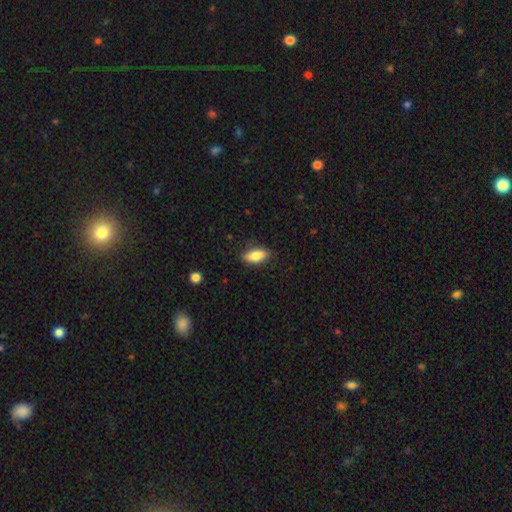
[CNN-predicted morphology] Overall: smooth (80%). How rounded: in between (84%). Merging: none (81%).